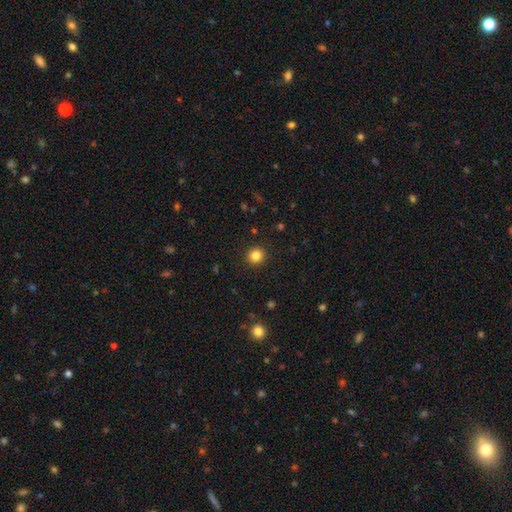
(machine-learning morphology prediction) A smooth galaxy with no disk features (84%) that is round (91%). Merging: none (92%).